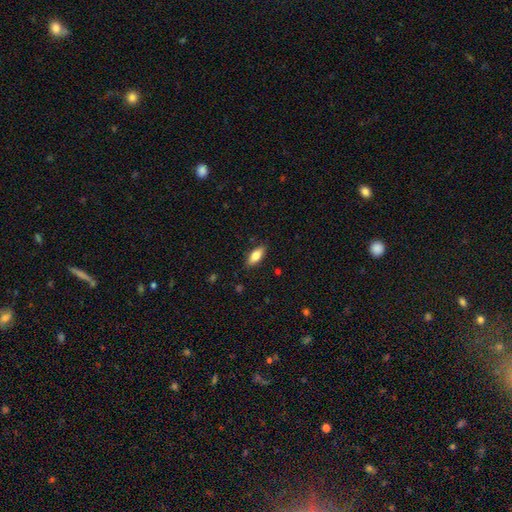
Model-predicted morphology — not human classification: smooth_or_featured: smooth (p=0.80) [alt: featured or disk p=0.13]
how_rounded: in between (p=0.83) [alt: cigar-shaped p=0.15]
merging: none (p=0.86) [alt: minor disturbance p=0.11]